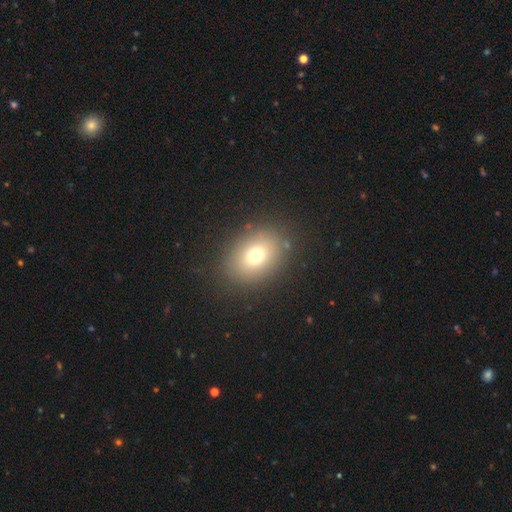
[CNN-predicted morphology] type=smooth (73%); roundness=in between (57%); merging=none (85%).